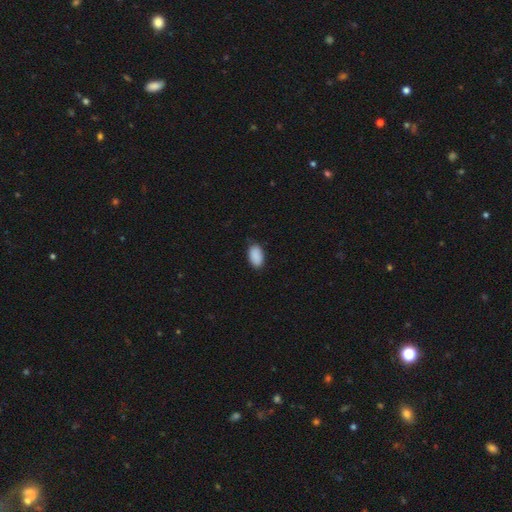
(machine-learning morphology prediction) smooth-or-featured: smooth: 90% | star or artifact: 7% | featured or disk: 3%
  how-rounded: in between: 94% | round: 5% | cigar-shaped: 1%
  merging: none: 83% | minor disturbance: 14% | major disturbance: 2% | merger: 1%